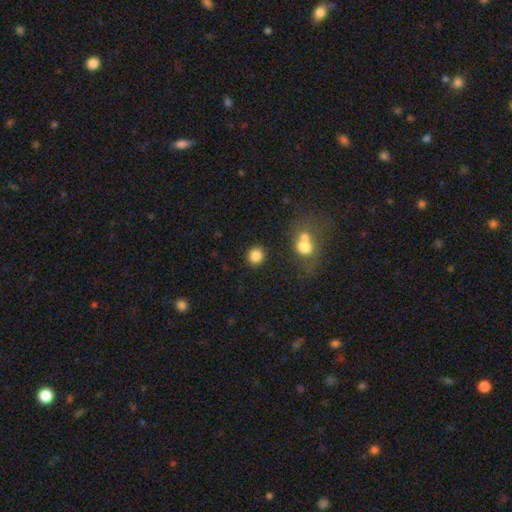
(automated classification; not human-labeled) smooth-or-featured: smooth: 84% | star or artifact: 11% | featured or disk: 5%
  how-rounded: round: 85% | in between: 14% | cigar-shaped: 1%
  merging: none: 85% | minor disturbance: 7% | merger: 5% | major disturbance: 3%